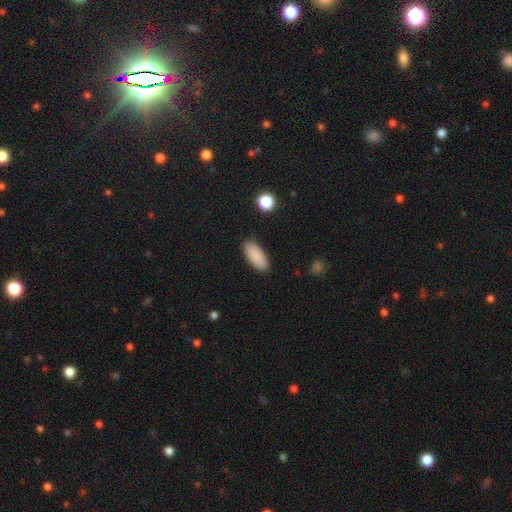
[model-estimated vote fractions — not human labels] smooth_or_featured: smooth (p=0.89) [alt: star or artifact p=0.07]
how_rounded: in between (p=0.83) [alt: cigar-shaped p=0.15]
merging: none (p=0.87) [alt: minor disturbance p=0.10]